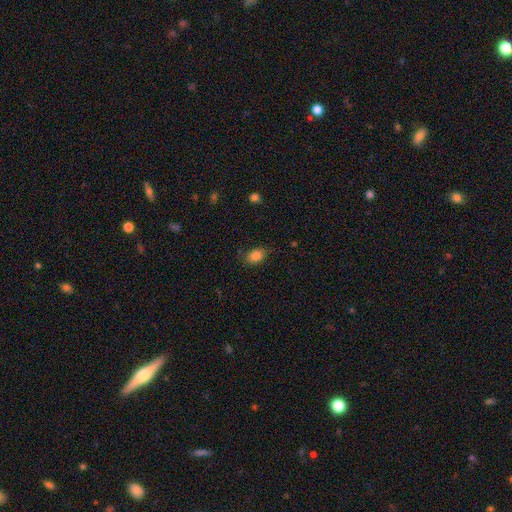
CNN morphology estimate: This appears to be a smooth galaxy with no disk features (86%) that is in between round and cigar-shaped (83%). Merging: none (79%).